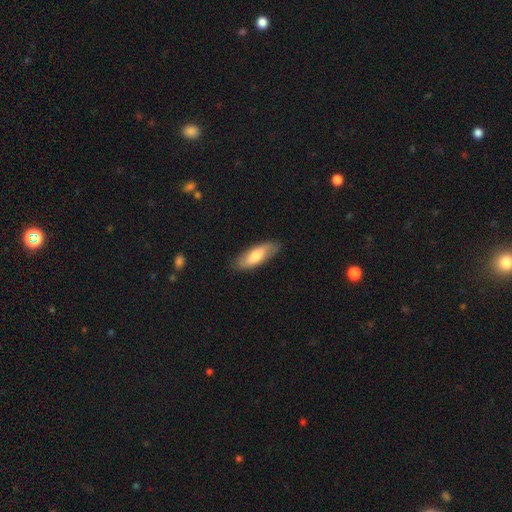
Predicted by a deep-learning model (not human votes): This appears to be a smooth galaxy with no disk features (69%) that is in between round and cigar-shaped (61%). Merging: none (83%).